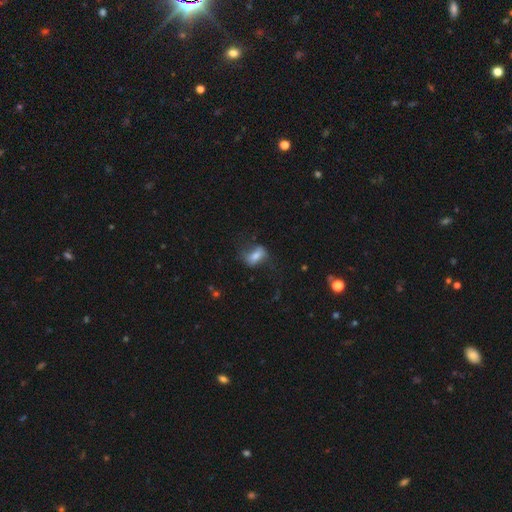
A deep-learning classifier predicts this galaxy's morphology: A smooth galaxy with no disk features (54%) that is in between round and cigar-shaped (81%). Merging: none (51%).